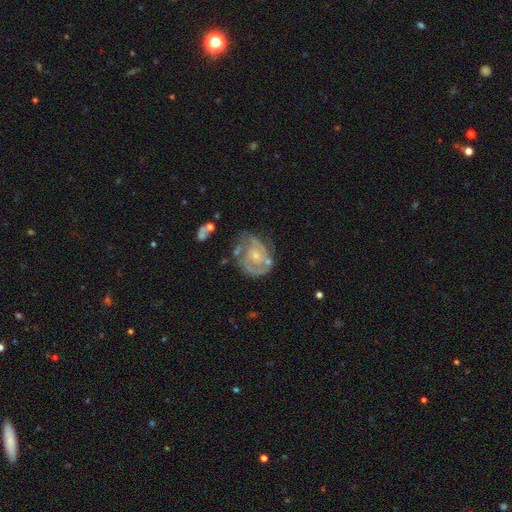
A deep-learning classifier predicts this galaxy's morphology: Q: Smooth or featured?
A: featured or disk (87%); runner-up: smooth (8%)
Q: Edge-on disk?
A: no (98%); runner-up: yes (2%)
Q: Bar?
A: no (69%); runner-up: weak (25%)
Q: Spiral arms?
A: yes (95%); runner-up: no (5%)
Q: Spiral winding?
A: tight (60%); runner-up: medium (32%)
Q: Spiral arm count?
A: 2 (54%); runner-up: 3 (17%)
Q: Bulge size?
A: small (69%); runner-up: moderate (25%)
Q: Merging?
A: none (59%); runner-up: minor disturbance (23%)